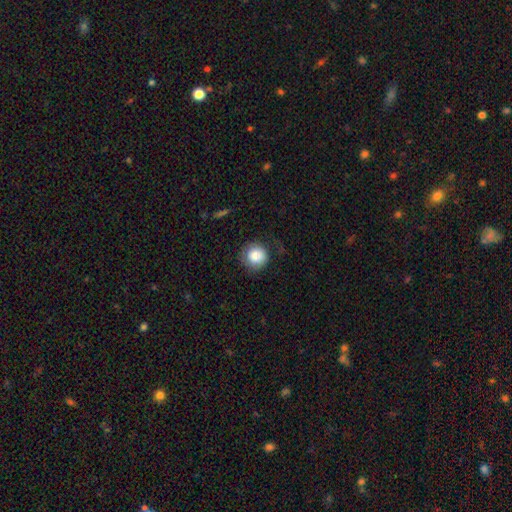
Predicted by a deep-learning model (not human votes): Q: Smooth or featured?
A: smooth (82%); runner-up: featured or disk (9%)
Q: How rounded?
A: round (90%); runner-up: in between (9%)
Q: Merging?
A: none (72%); runner-up: minor disturbance (18%)